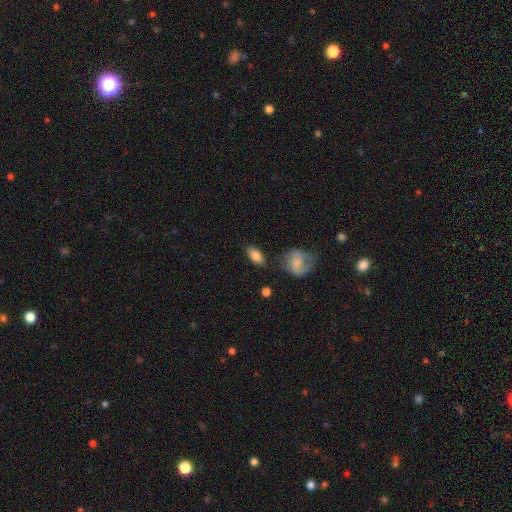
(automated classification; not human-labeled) A smooth galaxy with no disk features (82%) that is in between round and cigar-shaped (90%). Merging: none (75%).